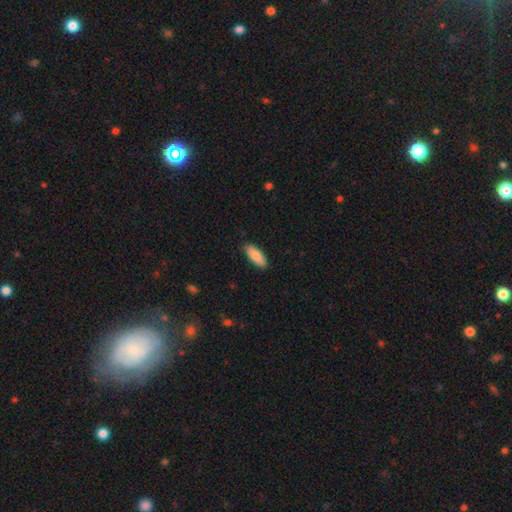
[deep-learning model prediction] Smooth or featured? smooth (84%)
How rounded? in between (74%)
Merging? none (88%)